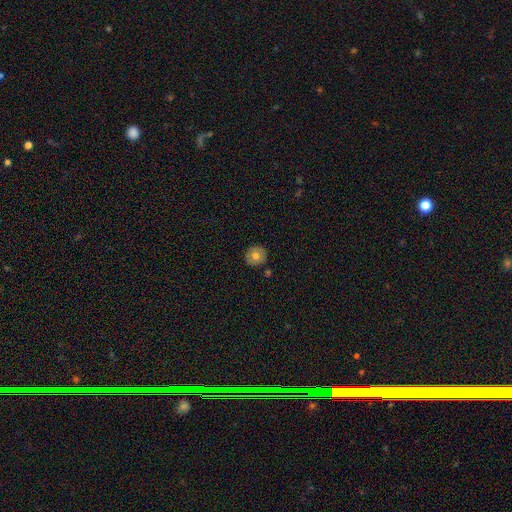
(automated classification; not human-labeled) smooth-or-featured: smooth: 68% | featured or disk: 24% | star or artifact: 8%
  how-rounded: round: 92% | in between: 7% | cigar-shaped: 1%
  merging: none: 87% | minor disturbance: 8% | merger: 2% | major disturbance: 2%